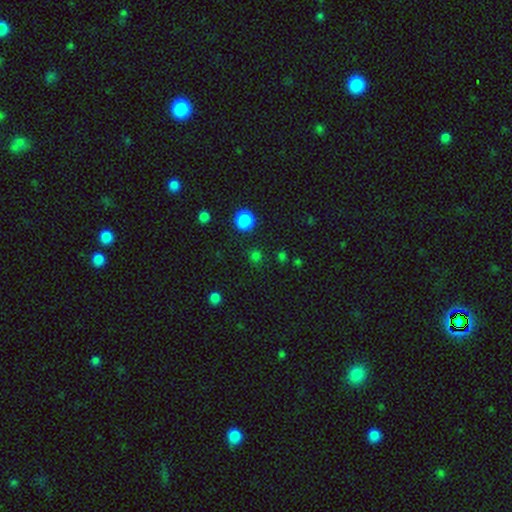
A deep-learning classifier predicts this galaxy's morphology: Smooth or featured? smooth (74%)
How rounded? round (89%)
Merging? none (84%)